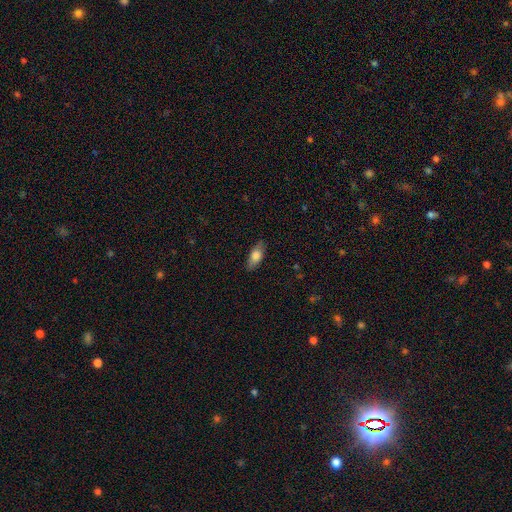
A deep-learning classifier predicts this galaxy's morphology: This is likely a smooth galaxy (73%). How rounded: likely in between (79%). Merging: clearly none (84%).